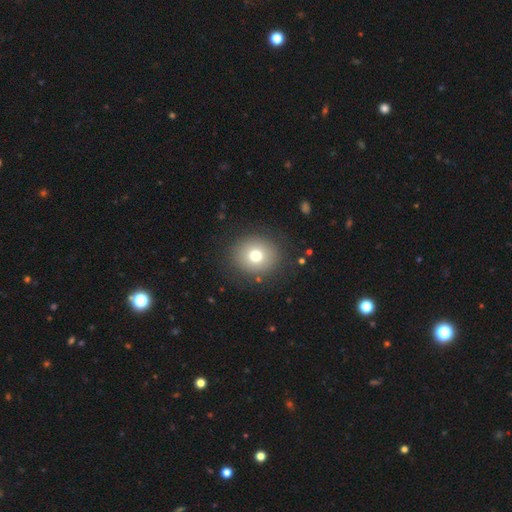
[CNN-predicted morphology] type=smooth (75%); roundness=round (82%); merging=none (88%).